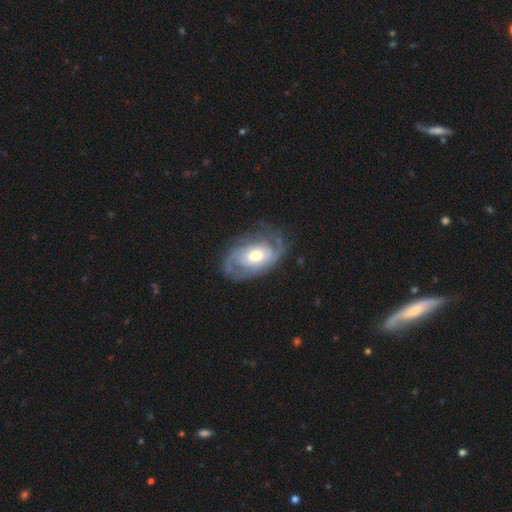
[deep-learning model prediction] A featured or disk galaxy (81%) with no bar (69%), 2 (46%) tight (54%) spiral arms (91%) and a moderate central bulge (69%). Merging: none (68%).